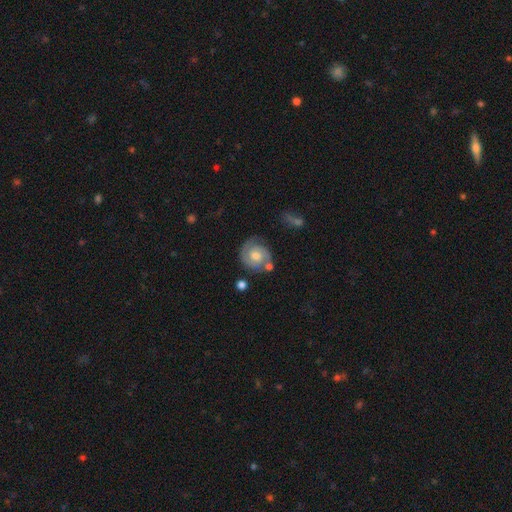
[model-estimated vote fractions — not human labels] This is likely a featured or disk galaxy (69%). It is clearly not viewed edge-on (97%). Bar: likely no (69%). Spiral arm pattern: clearly yes (89%). Spiral arm count: likely 2 (68%). Spiral winding: likely tight (60%). Central bulge: likely moderate (69%). Merging: likely none (64%).